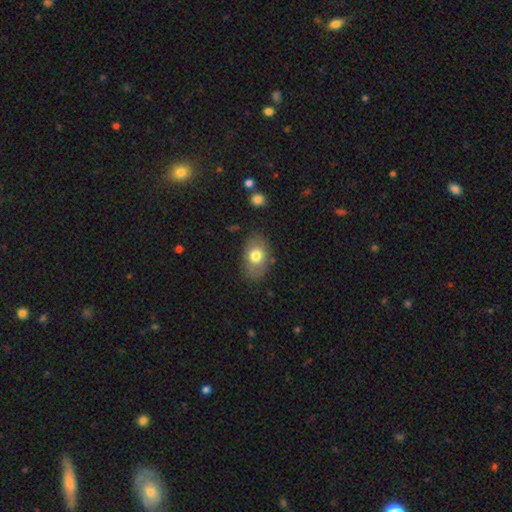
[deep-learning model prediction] Smooth or featured: smooth — 73% (featured or disk — 20%)
How rounded: in between — 80% (round — 19%)
Merging: none — 78% (minor disturbance — 16%)